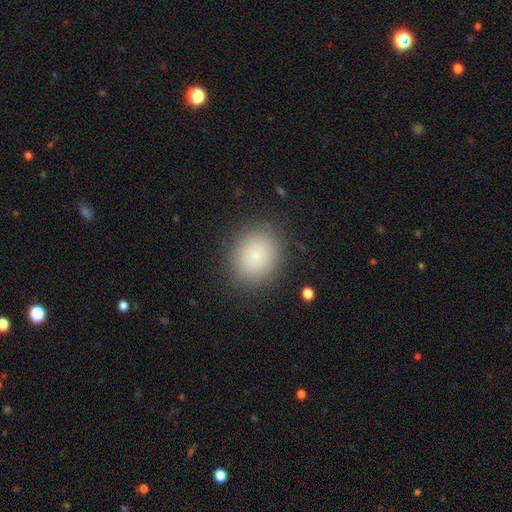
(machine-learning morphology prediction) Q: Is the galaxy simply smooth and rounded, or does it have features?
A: smooth — 83%.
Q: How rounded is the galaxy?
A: round — 71%.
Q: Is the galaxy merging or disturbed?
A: none — 87%.